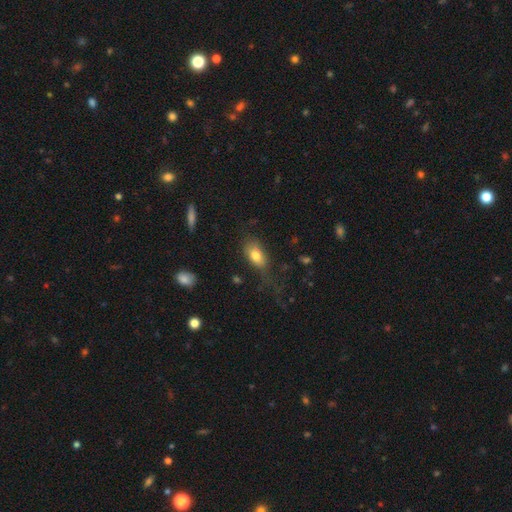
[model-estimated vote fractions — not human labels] Smooth or featured: smooth — 79% (featured or disk — 13%)
How rounded: in between — 87% (round — 9%)
Merging: none — 58% (minor disturbance — 23%)